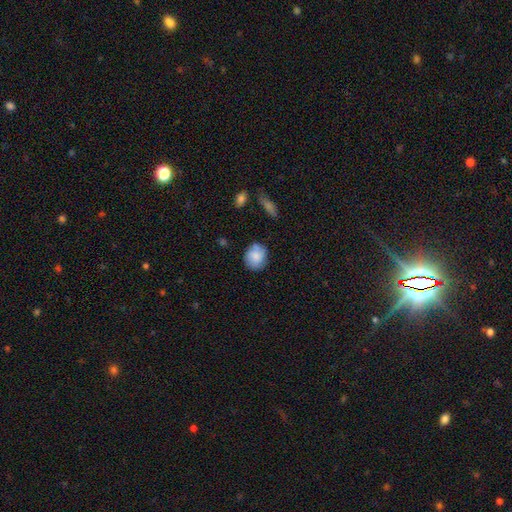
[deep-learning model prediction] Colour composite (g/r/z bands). It shows a smooth galaxy with no disk features (81%) that is round (68%). Merging: none (76%).